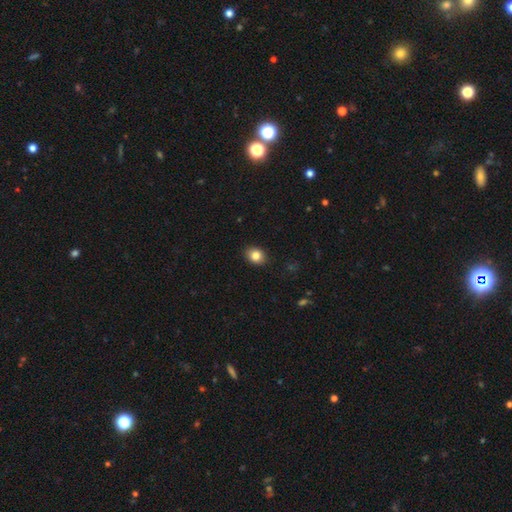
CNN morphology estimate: This appears to be a smooth galaxy with no disk features (83%) that is in between round and cigar-shaped (56%). Merging: none (90%).